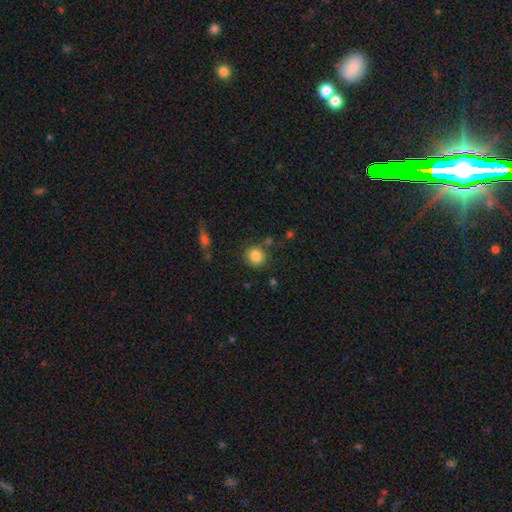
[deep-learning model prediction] smooth-or-featured: smooth: 85% | star or artifact: 10% | featured or disk: 5%
  how-rounded: round: 88% | in between: 11% | cigar-shaped: 1%
  merging: none: 82% | minor disturbance: 10% | merger: 5% | major disturbance: 3%